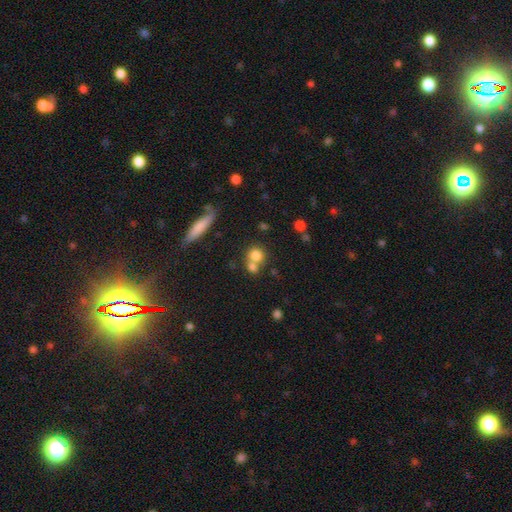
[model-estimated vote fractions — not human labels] This is likely a smooth galaxy (77%). How rounded: likely round (79%). Merging: marginally merger (44%, tied with none).